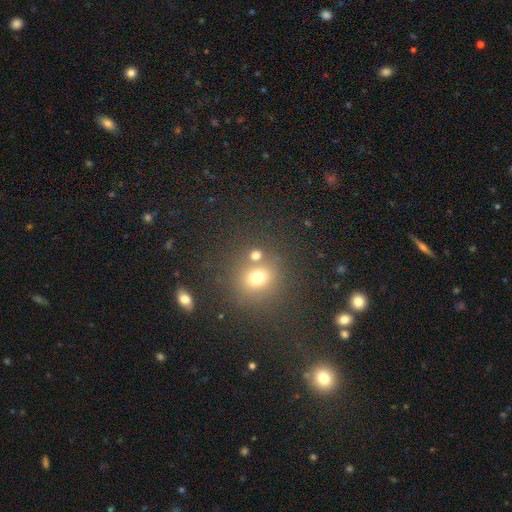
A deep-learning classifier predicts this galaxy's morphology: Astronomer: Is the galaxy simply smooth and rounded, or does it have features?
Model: smooth — 69%.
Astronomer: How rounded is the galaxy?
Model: round — 79%.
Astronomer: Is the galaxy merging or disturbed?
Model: none — 63%.